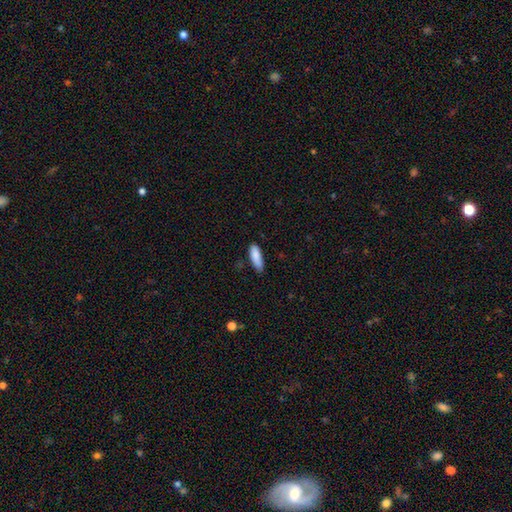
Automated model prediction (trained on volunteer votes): Q: Smooth or featured?
A: smooth (87%); runner-up: featured or disk (7%)
Q: How rounded?
A: in between (60%); runner-up: cigar-shaped (38%)
Q: Merging?
A: none (72%); runner-up: minor disturbance (23%)